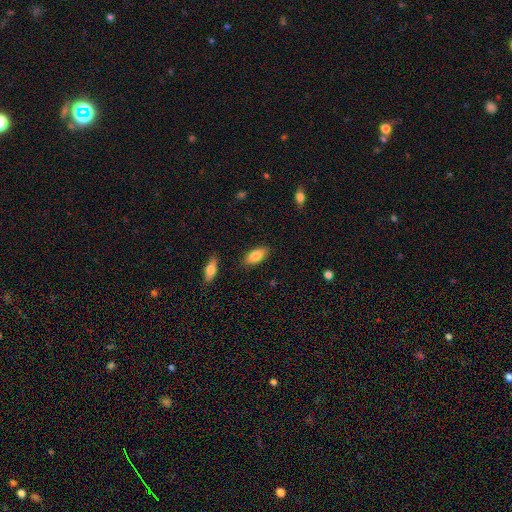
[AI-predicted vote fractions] smooth 85%, featured or disk 8%, star or artifact 7%. Down the decision tree: how rounded — in between (89%); merging — none (86%).